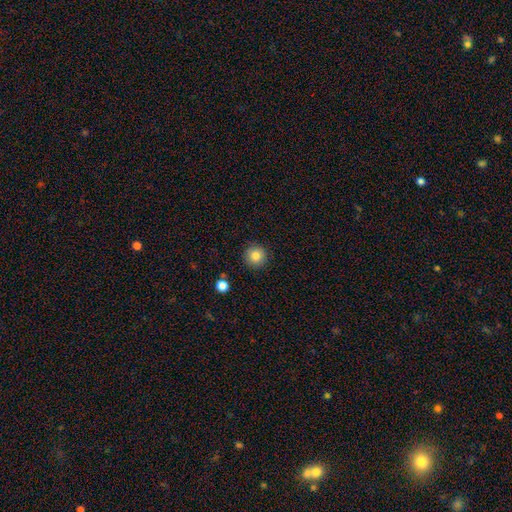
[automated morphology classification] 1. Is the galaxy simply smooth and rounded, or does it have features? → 84% smooth, 10% star or artifact, 6% featured or disk.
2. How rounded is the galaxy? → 96% round, 4% in between, 1% cigar-shaped.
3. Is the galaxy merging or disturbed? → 91% none, 6% minor disturbance, 2% major disturbance, 1% merger.